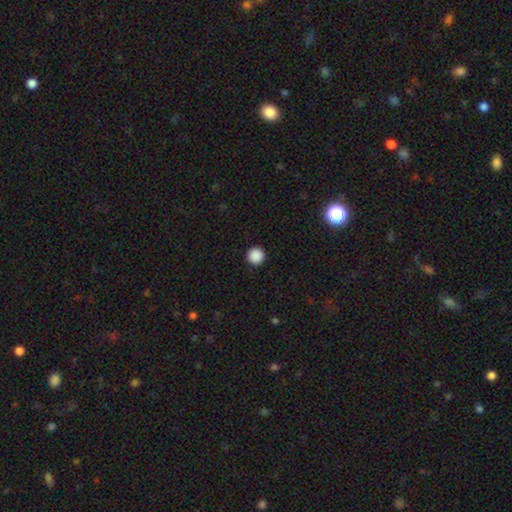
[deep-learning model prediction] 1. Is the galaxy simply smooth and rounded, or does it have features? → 89% smooth, 9% star or artifact, 2% featured or disk.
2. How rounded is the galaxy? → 97% round, 2% in between, 1% cigar-shaped.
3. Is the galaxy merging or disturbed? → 93% none, 4% minor disturbance, 2% major disturbance, 1% merger.